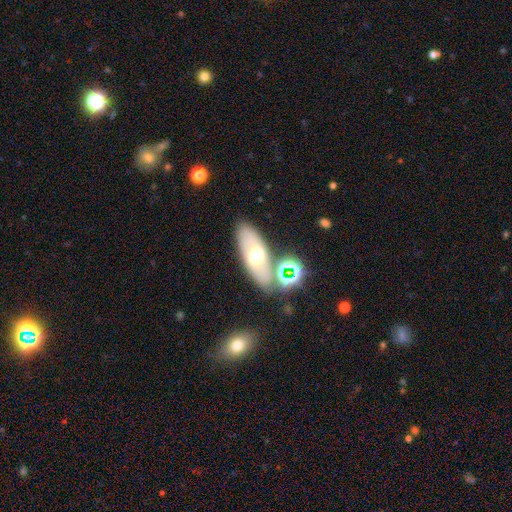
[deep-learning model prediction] smooth-or-featured: featured or disk: 45% | smooth: 43% | star or artifact: 12%
  merging: none: 73% | minor disturbance: 12% | merger: 10% | major disturbance: 4%